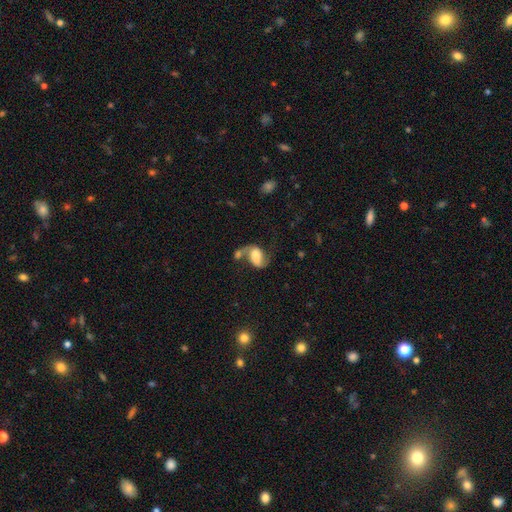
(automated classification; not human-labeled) Smooth or featured? Predicted: featured or disk (p=0.63). Edge-on disk? Predicted: no (p=0.97). Bar? Predicted: no (p=0.46). Spiral arms? Predicted: yes (p=0.89). Spiral winding? Predicted: loose (p=0.59). Spiral arm count? Predicted: 2 (p=0.85). Bulge size? Predicted: large (p=0.34). Merging? Predicted: none (p=0.35).